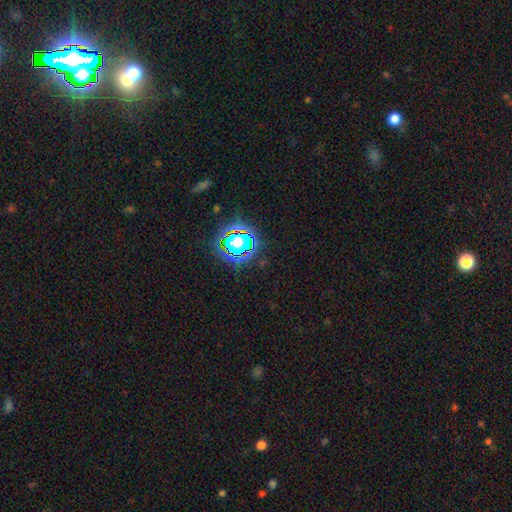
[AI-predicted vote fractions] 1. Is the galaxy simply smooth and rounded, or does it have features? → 78% star or artifact, 14% smooth, 8% featured or disk.